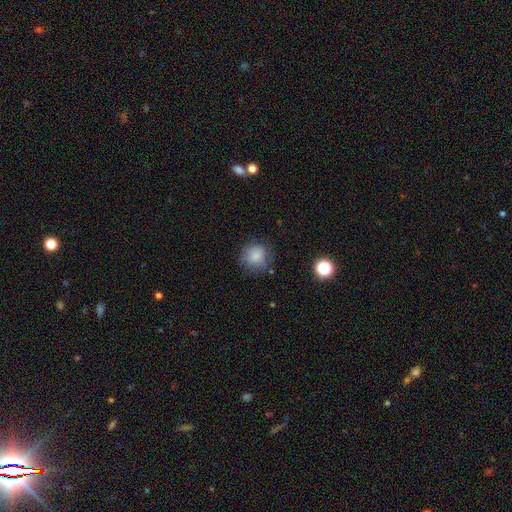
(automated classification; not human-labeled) smooth-or-featured: smooth: 82% | star or artifact: 10% | featured or disk: 9%
  how-rounded: round: 86% | in between: 13% | cigar-shaped: 1%
  merging: none: 70% | minor disturbance: 21% | major disturbance: 7% | merger: 2%